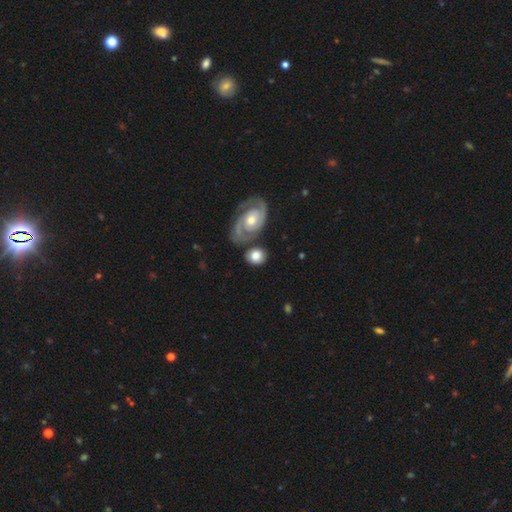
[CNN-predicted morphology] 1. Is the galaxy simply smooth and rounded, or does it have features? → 61% smooth, 32% featured or disk, 6% star or artifact.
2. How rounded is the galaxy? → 65% round, 33% in between, 1% cigar-shaped.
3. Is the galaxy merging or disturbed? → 64% none, 17% merger, 14% minor disturbance, 5% major disturbance.